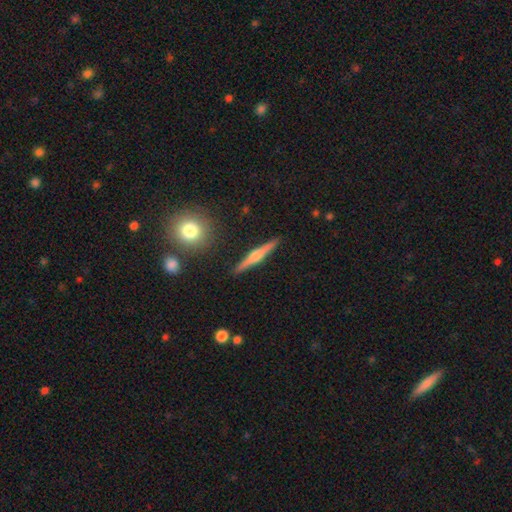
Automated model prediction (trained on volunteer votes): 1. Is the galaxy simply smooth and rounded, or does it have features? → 67% featured or disk, 27% smooth, 6% star or artifact.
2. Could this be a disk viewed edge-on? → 98% yes, 2% no.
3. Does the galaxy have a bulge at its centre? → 85% rounded, 8% none, 8% boxy.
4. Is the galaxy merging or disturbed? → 91% none, 6% minor disturbance, 1% merger, 1% major disturbance.